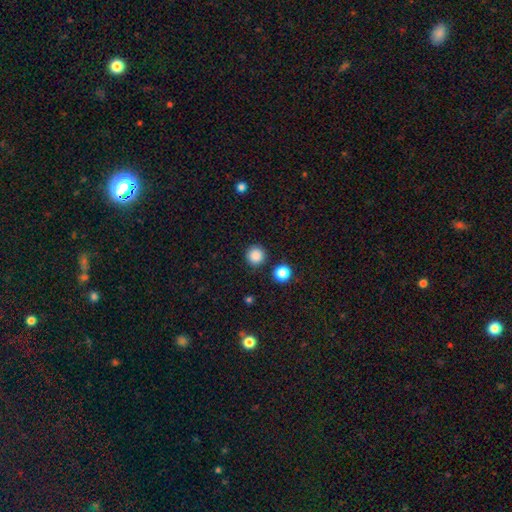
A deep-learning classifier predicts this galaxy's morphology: type=smooth (86%); roundness=round (95%); merging=none (88%).